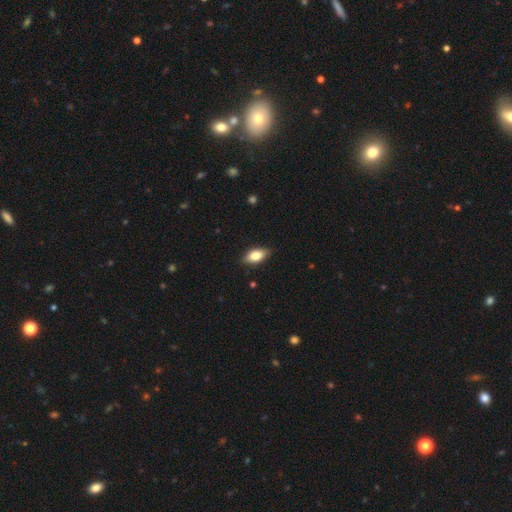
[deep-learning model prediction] smooth 80%, featured or disk 14%, star or artifact 7%. Down the decision tree: how rounded — in between (88%); merging — none (85%).